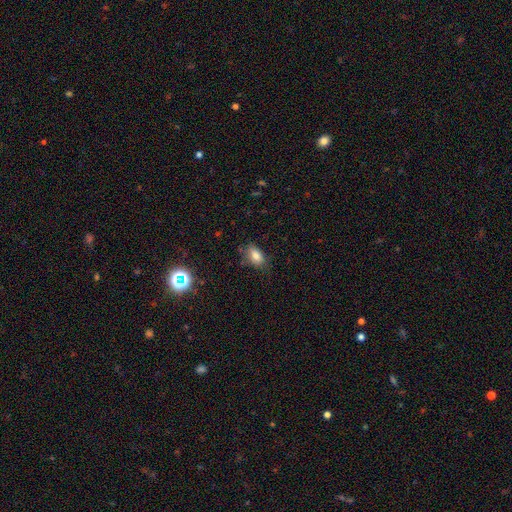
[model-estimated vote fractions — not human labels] Smooth or featured? smooth (81%)
How rounded? in between (88%)
Merging? none (75%)